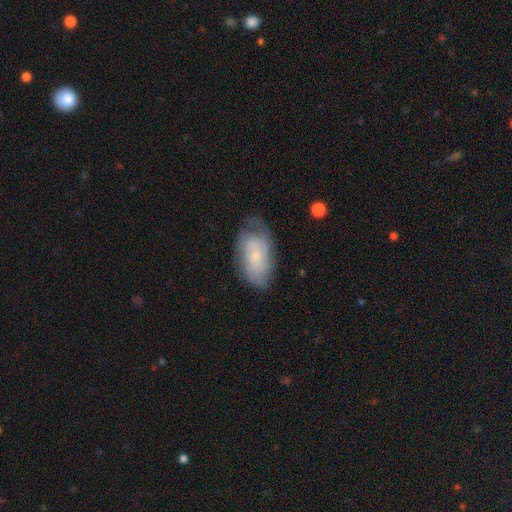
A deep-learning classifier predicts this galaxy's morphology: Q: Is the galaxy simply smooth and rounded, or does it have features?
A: featured or disk — 50%.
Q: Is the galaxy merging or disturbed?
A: none — 62%.